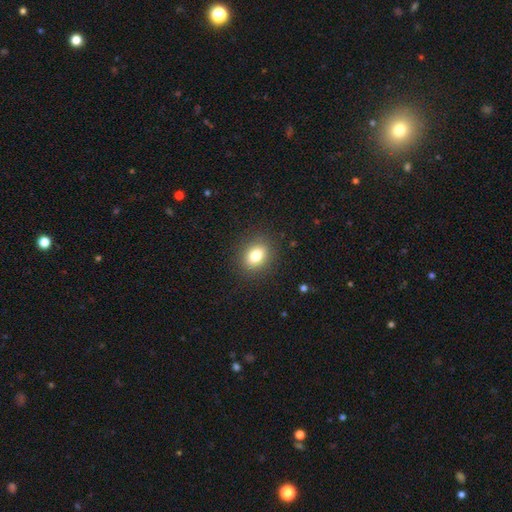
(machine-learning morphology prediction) Overall: smooth (80%). How rounded: in between (56%; round 43%). Merging: none (88%).